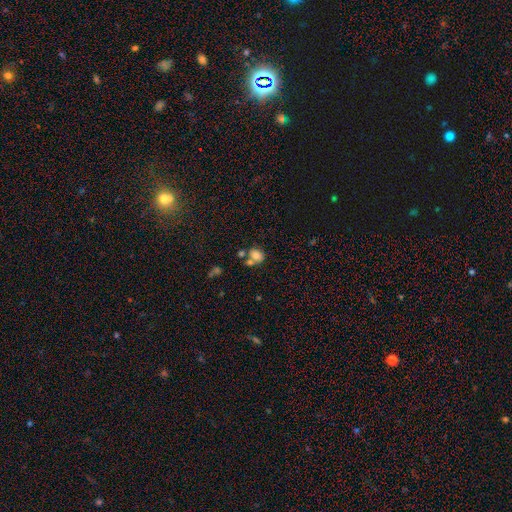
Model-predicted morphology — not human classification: Overall: smooth (75%). How rounded: round (51%; in between 48%). Merging: none (48%; merger 34%).